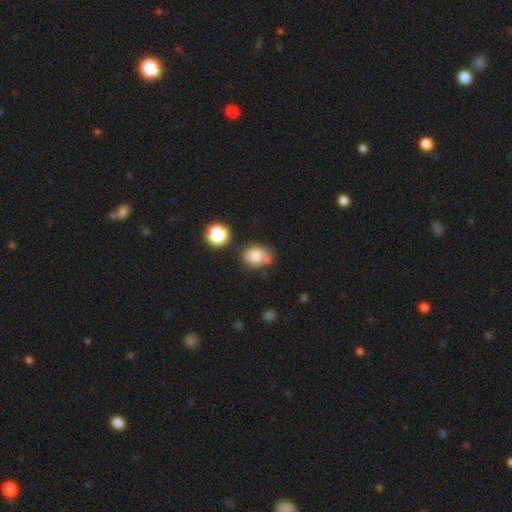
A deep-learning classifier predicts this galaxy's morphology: smooth_or_featured: smooth (p=0.79) [alt: featured or disk p=0.10]
how_rounded: in between (p=0.71) [alt: round p=0.28]
merging: none (p=0.55) [alt: minor disturbance p=0.25]